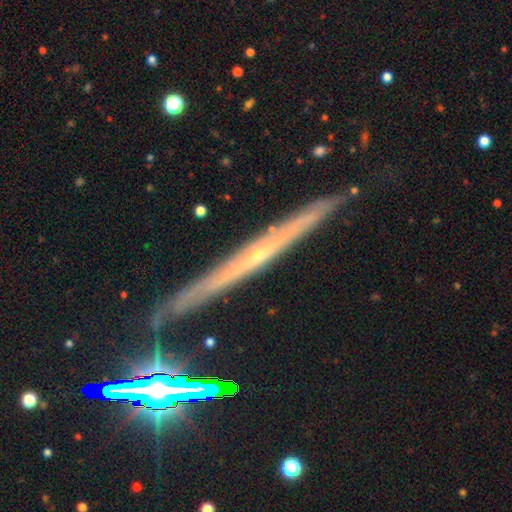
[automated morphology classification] Smooth or featured? featured or disk (73%)
Edge-on disk? yes (95%)
Edge-on bulge? rounded (49%)
Merging? none (87%)